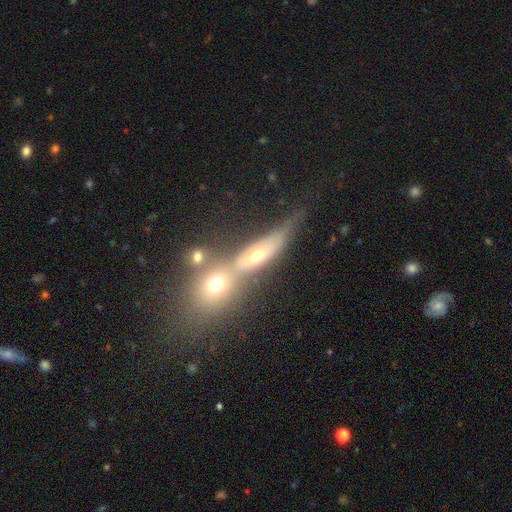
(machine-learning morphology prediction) The model was most divided on "smooth or featured": smooth: 46%, featured or disk: 39%, star or artifact: 14%. More confident: merging — merger (51%).